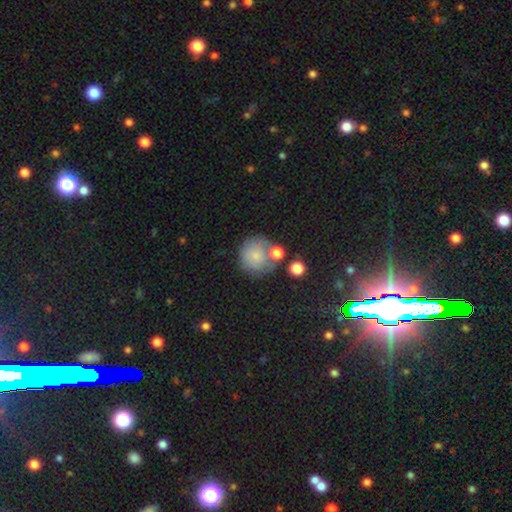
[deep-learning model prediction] smooth-or-featured: smooth: 75% | featured or disk: 16% | star or artifact: 9%
  how-rounded: round: 89% | in between: 10% | cigar-shaped: 1%
  merging: none: 55% | merger: 19% | minor disturbance: 18% | major disturbance: 9%